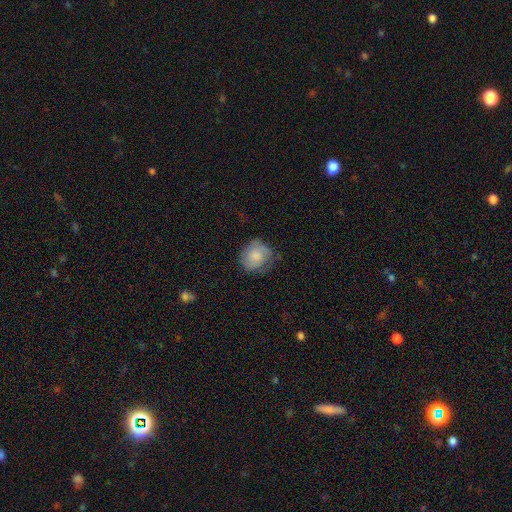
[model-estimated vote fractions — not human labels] Overall: smooth (72%). How rounded: round (73%). Merging: none (59%; minor disturbance 30%).